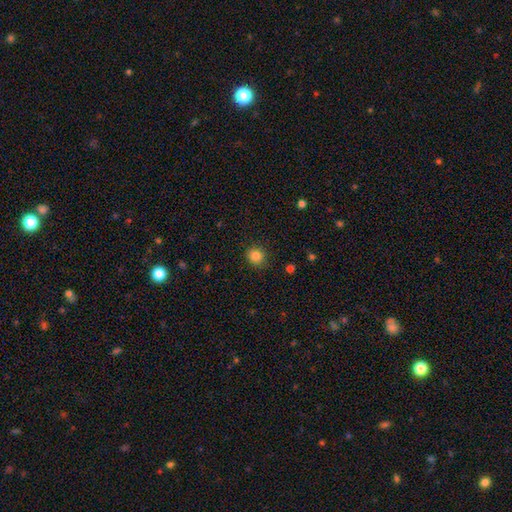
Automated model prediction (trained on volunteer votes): Smooth or featured? Predicted: smooth (p=0.85). How rounded? Predicted: round (p=0.88). Merging? Predicted: none (p=0.87).